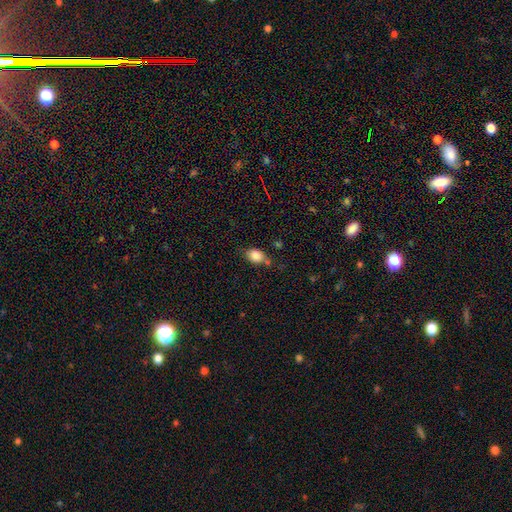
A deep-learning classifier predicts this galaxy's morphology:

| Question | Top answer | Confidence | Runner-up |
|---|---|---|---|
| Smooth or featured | smooth | 84% | star or artifact (9%) |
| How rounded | in between | 73% | round (26%) |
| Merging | none | 65% | minor disturbance (21%) |